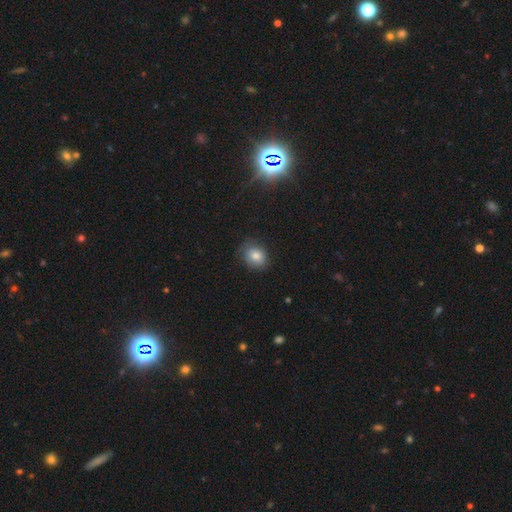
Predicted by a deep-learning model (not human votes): Q: Smooth or featured?
A: smooth (81%); runner-up: star or artifact (10%)
Q: How rounded?
A: round (54%); runner-up: in between (45%)
Q: Merging?
A: none (78%); runner-up: minor disturbance (17%)